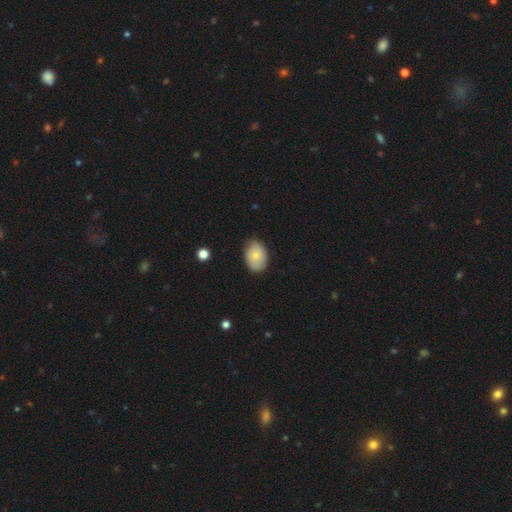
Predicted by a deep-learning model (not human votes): smooth_or_featured: smooth (p=0.72) [alt: featured or disk p=0.21]
how_rounded: in between (p=0.79) [alt: round p=0.20]
merging: none (p=0.77) [alt: minor disturbance p=0.19]